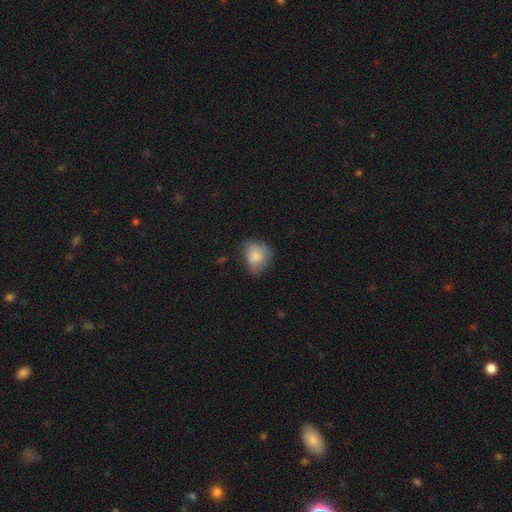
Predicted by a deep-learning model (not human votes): smooth-or-featured: smooth: 75% | featured or disk: 17% | star or artifact: 8%
  how-rounded: round: 59% | in between: 40% | cigar-shaped: 1%
  merging: none: 50% | minor disturbance: 34% | major disturbance: 14% | merger: 2%